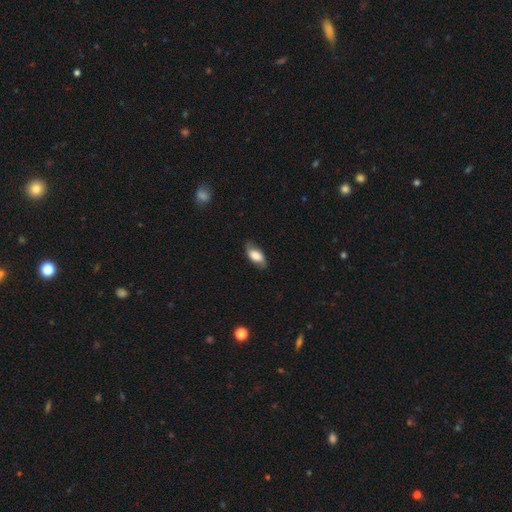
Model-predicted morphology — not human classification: smooth_or_featured: smooth (p=0.66) [alt: featured or disk p=0.27]
how_rounded: in between (p=0.88) [alt: cigar-shaped p=0.07]
merging: none (p=0.74) [alt: minor disturbance p=0.20]